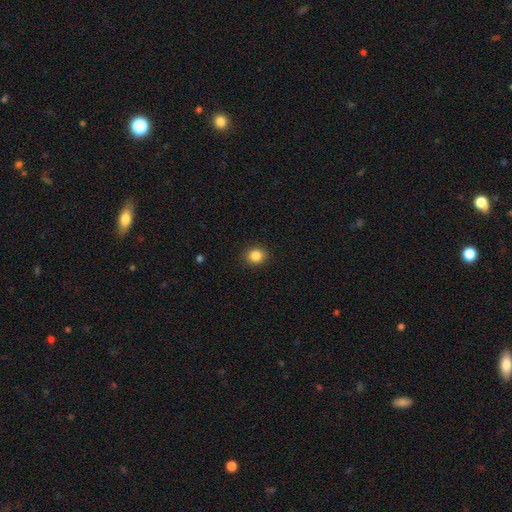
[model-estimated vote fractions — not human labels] A smooth galaxy with no disk features (86%) that is round (80%).

Vote fractions:
- Smooth or featured? smooth: 86% / star or artifact: 10% / featured or disk: 4%
- How rounded? round: 80% / in between: 19% / cigar-shaped: 1%
- Merging? none: 91% / minor disturbance: 6% / major disturbance: 2% / merger: 1%